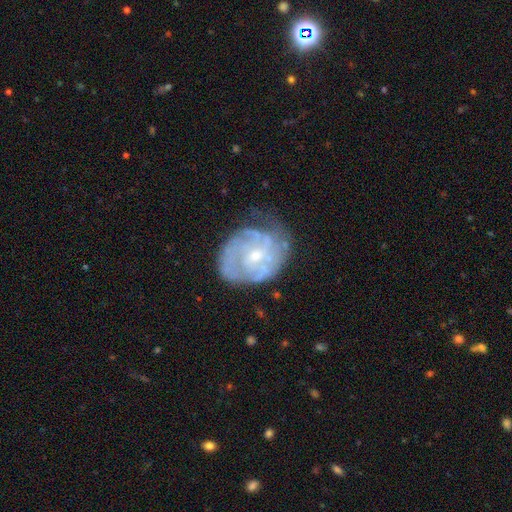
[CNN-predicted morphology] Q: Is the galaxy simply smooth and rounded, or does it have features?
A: featured or disk — 76%.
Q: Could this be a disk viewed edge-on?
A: no — 97%.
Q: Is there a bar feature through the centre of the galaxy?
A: no — 63%.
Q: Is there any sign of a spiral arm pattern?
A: yes — 79%.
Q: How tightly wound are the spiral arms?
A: tight — 58%.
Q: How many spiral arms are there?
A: can't tell — 50%.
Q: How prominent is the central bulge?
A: small — 59%.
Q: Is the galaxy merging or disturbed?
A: none — 57%.